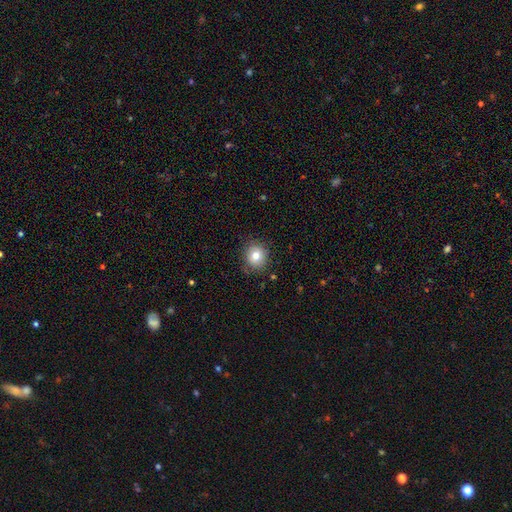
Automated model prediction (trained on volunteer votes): Morphology: type=smooth (78%); roundness=round (84%); merging=none (86%).